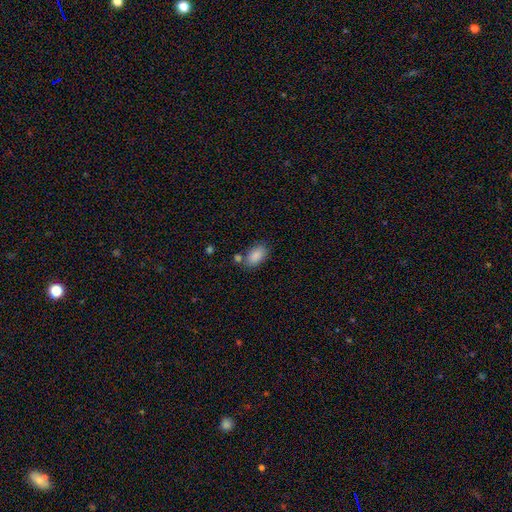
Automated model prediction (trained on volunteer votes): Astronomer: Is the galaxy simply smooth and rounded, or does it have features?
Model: smooth — 88%.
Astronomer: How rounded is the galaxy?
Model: in between — 92%.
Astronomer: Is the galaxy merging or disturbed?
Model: none — 69%.